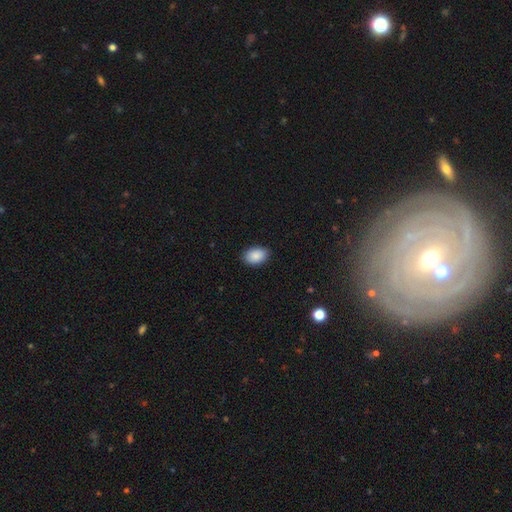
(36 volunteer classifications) smooth_or_featured: smooth (p=0.94) [alt: star or artifact p=0.06]
how_rounded: in between (p=0.85) [alt: round p=0.15]
merging: none (p=0.88) [alt: minor disturbance p=0.09]